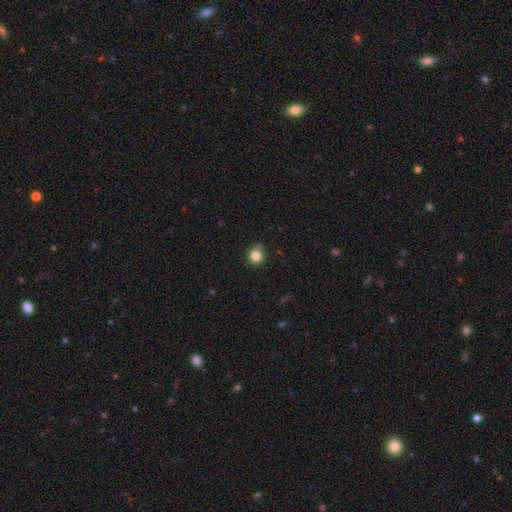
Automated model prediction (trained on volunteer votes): Smooth or featured? smooth (83%)
How rounded? round (92%)
Merging? none (81%)